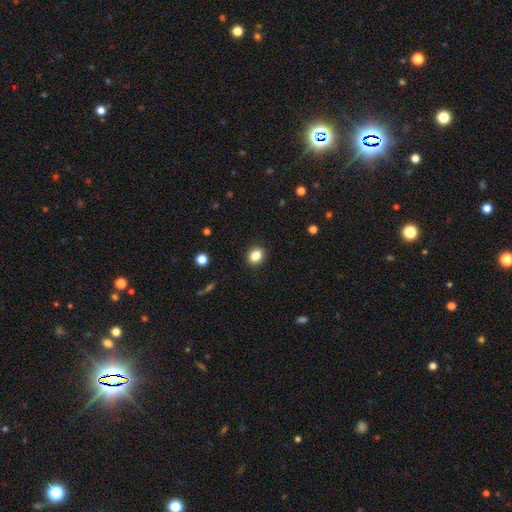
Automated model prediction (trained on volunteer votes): This is clearly a smooth galaxy (85%). How rounded: possibly round (60%). Merging: clearly none (90%).